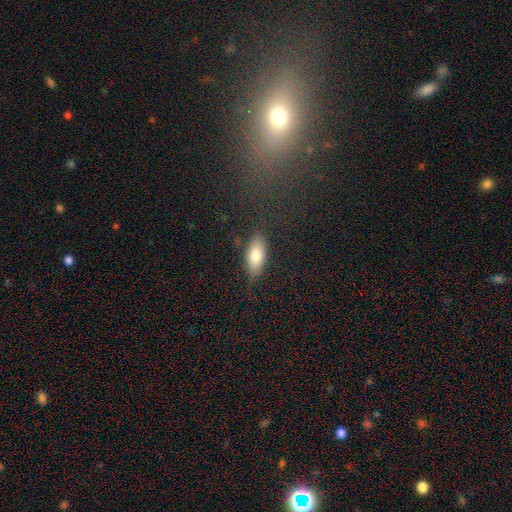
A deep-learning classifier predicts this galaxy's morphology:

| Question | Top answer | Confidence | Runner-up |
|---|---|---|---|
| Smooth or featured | smooth | 79% | featured or disk (14%) |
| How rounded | in between | 85% | cigar-shaped (12%) |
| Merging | none | 78% | minor disturbance (16%) |